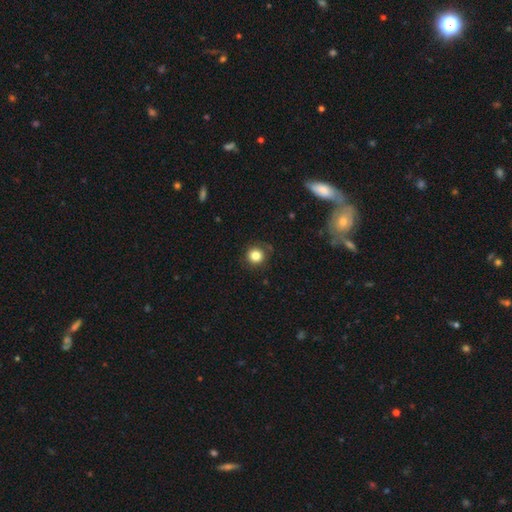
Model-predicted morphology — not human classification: Smooth or featured: smooth — 83% (star or artifact — 11%)
How rounded: round — 92% (in between — 7%)
Merging: none — 85% (minor disturbance — 10%)